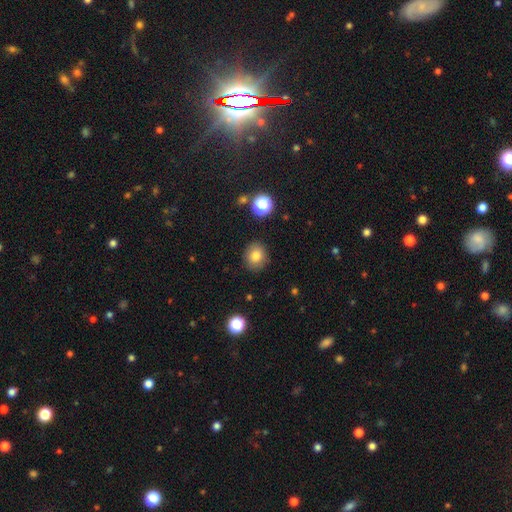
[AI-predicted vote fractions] smooth_or_featured: smooth (p=0.81) [alt: star or artifact p=0.11]
how_rounded: round (p=0.72) [alt: in between p=0.27]
merging: none (p=0.86) [alt: minor disturbance p=0.10]